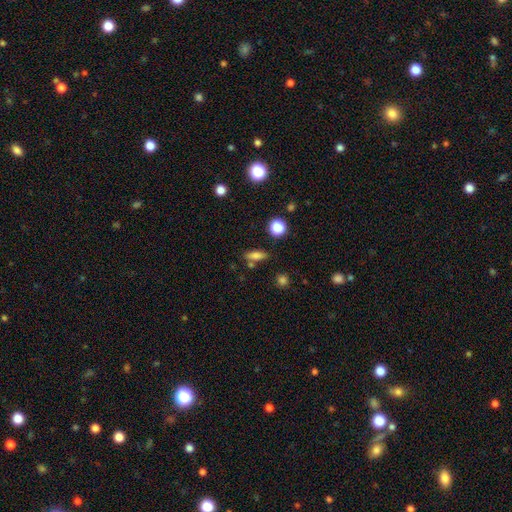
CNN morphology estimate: smooth_or_featured: smooth (p=0.75) [alt: featured or disk p=0.13]
how_rounded: in between (p=0.53) [alt: cigar-shaped p=0.39]
merging: none (p=0.75) [alt: minor disturbance p=0.13]